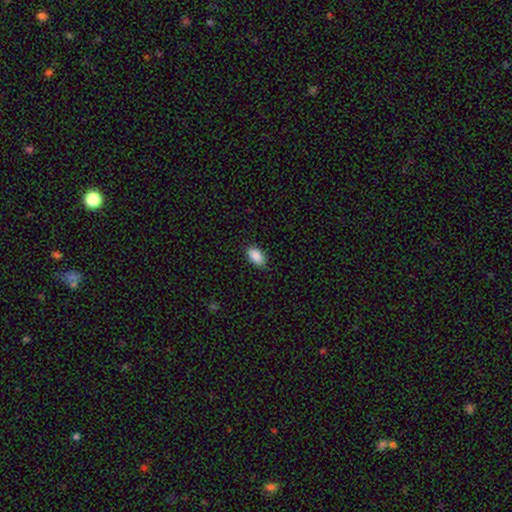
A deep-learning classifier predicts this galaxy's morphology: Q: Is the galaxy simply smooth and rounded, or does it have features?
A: smooth — 90%.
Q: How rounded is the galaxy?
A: in between — 94%.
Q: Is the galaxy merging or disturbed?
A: none — 86%.